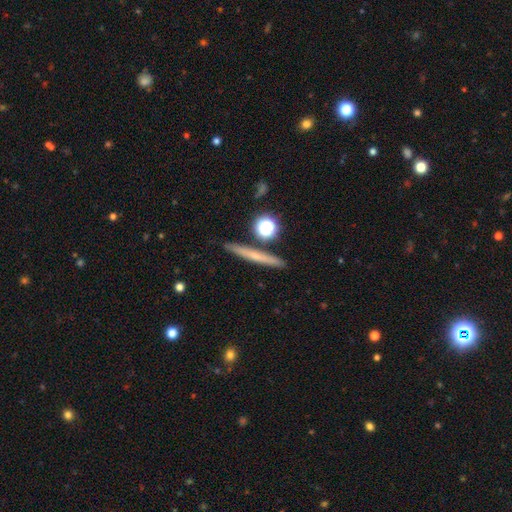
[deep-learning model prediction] Q: Smooth or featured?
A: smooth (49%); runner-up: featured or disk (42%)
Q: Merging?
A: none (86%); runner-up: minor disturbance (7%)